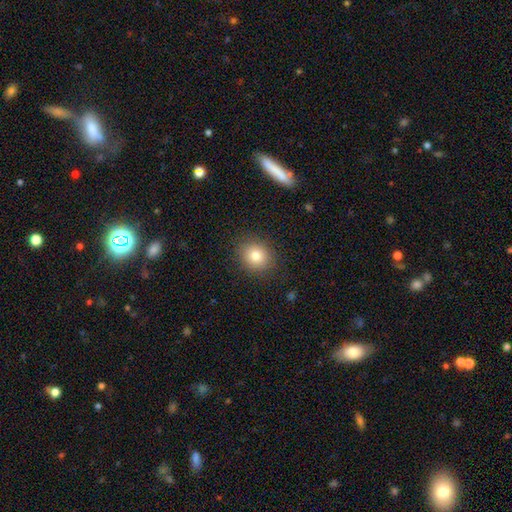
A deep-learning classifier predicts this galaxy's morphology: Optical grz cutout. It shows a smooth galaxy with no disk features (81%) that is round (72%). Merging: none (87%).